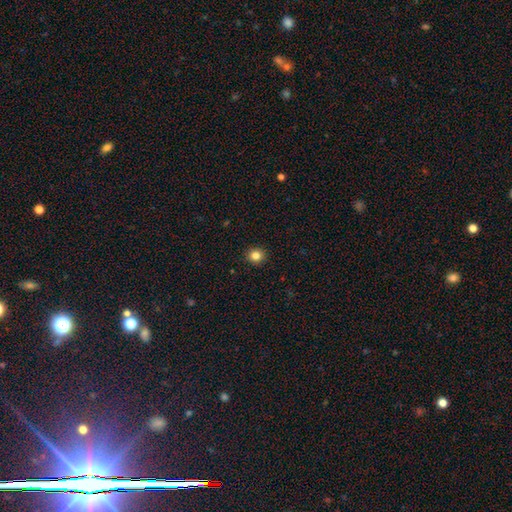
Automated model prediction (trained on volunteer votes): Morphology: type=smooth (83%); roundness=round (86%); merging=none (92%).